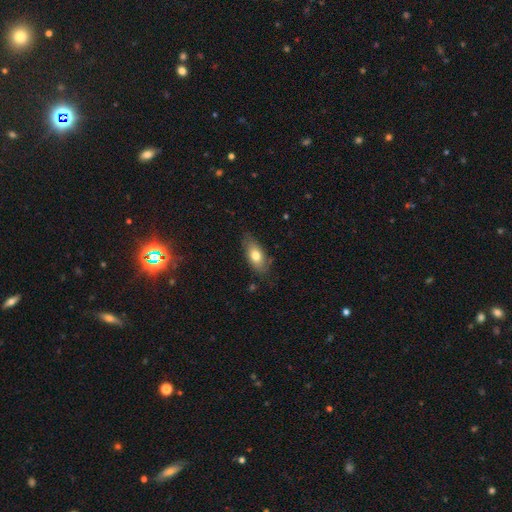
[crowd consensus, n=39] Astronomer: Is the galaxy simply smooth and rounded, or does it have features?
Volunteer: smooth — 77%.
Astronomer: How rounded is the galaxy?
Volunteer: in between — 90%.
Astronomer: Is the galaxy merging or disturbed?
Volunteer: none — 74%.